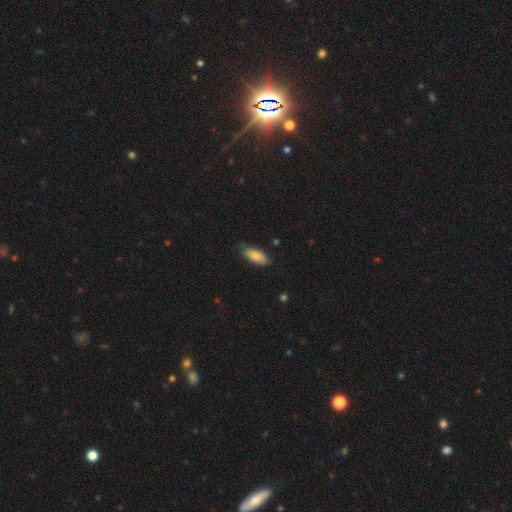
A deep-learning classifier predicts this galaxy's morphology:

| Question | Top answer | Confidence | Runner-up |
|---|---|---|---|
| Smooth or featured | smooth | 80% | featured or disk (14%) |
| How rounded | in between | 81% | cigar-shaped (17%) |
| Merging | none | 74% | minor disturbance (22%) |